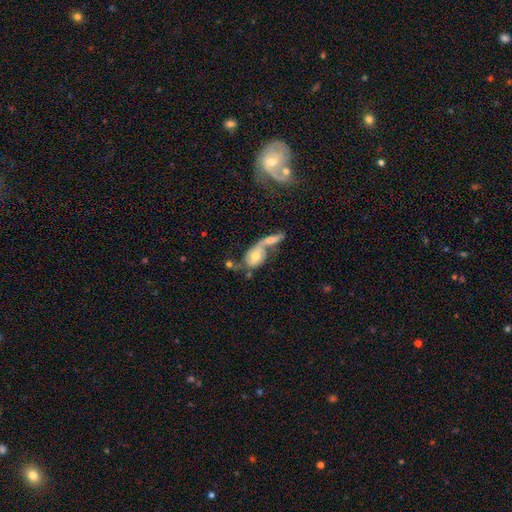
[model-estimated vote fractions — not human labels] A featured or disk galaxy (62%) with no bar (69%), spiral arms (78%) and a moderate central bulge (62%). Merging: merger (66%).